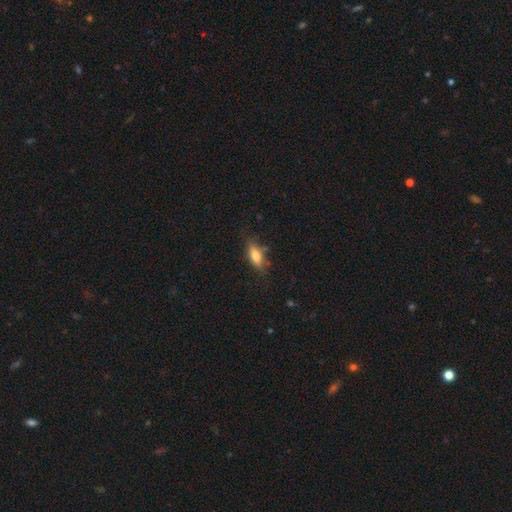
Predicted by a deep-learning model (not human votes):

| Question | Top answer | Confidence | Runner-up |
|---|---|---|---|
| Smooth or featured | smooth | 69% | featured or disk (23%) |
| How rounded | in between | 69% | cigar-shaped (28%) |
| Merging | none | 75% | minor disturbance (18%) |